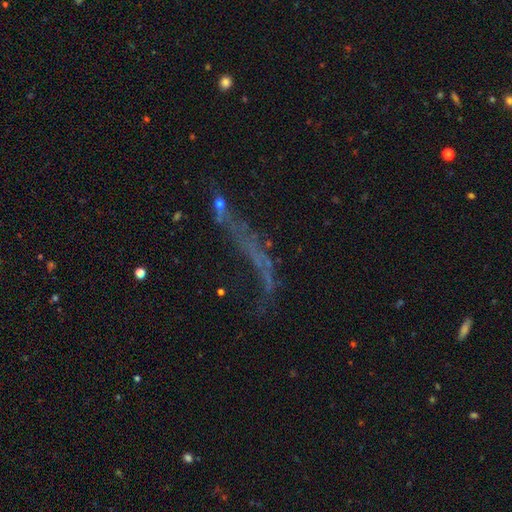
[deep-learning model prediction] The model was most divided on "smooth or featured": featured or disk: 38%, star or artifact: 35%, smooth: 26%. Remaining: merging — none (40%).